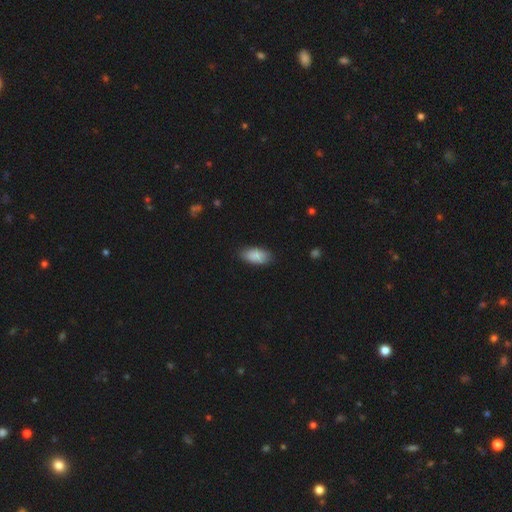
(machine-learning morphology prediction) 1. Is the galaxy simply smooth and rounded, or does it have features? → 88% smooth, 6% star or artifact, 5% featured or disk.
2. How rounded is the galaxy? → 92% in between, 5% cigar-shaped, 3% round.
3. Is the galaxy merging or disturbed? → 84% none, 12% minor disturbance, 2% major disturbance, 1% merger.